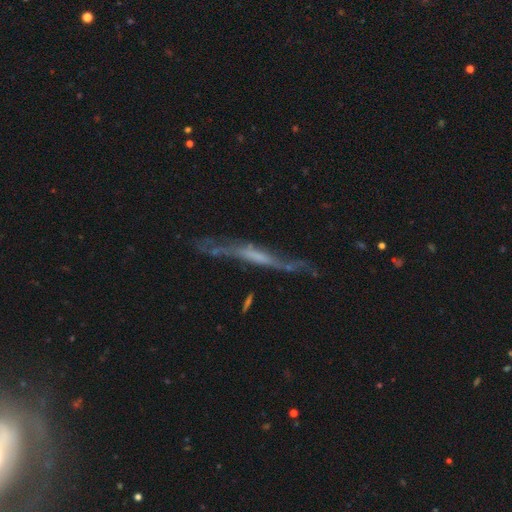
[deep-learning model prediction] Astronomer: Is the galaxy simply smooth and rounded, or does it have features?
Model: featured or disk — 68%.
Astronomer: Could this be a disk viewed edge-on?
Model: yes — 74%.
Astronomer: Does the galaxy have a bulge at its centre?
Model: none — 56%.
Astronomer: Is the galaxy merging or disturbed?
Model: none — 56%.